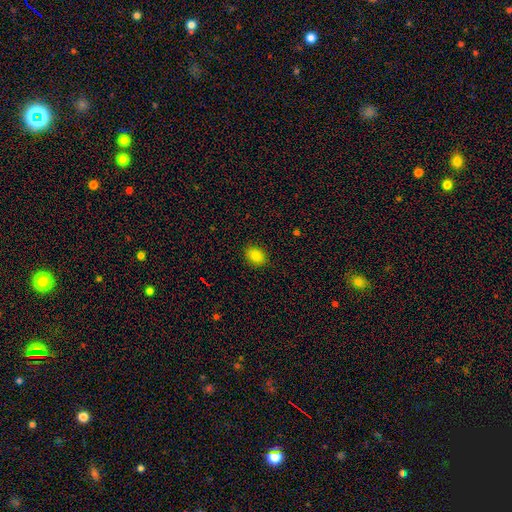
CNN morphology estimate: smooth-or-featured: smooth: 86% | star or artifact: 11% | featured or disk: 3%
  how-rounded: in between: 66% | round: 33% | cigar-shaped: 1%
  merging: none: 88% | minor disturbance: 9% | major disturbance: 2% | merger: 1%